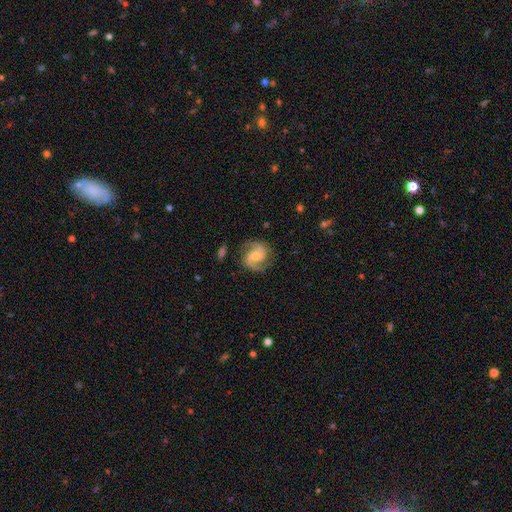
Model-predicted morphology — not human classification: A featured or disk galaxy (91%) with no bar (54%), 2 (94%) medium (59%) spiral arms (98%) and a small central bulge (50%).

Vote fractions:
- Smooth or featured? featured or disk: 91% / smooth: 5% / star or artifact: 4%
- Edge-on disk? no: 98% / yes: 2%
- Bar? no: 54% / weak: 36% / strong: 10%
- Spiral arms? yes: 98% / no: 2%
- Spiral winding? medium: 59% / tight: 28% / loose: 12%
- Spiral arm count? 2: 94% / can't tell: 2% / 3: 1% / 1: 1% / 4: 1% / more than 4: 1%
- Bulge size? small: 50% / moderate: 45% / none: 3% / large: 2% / dominant: 1%
- Merging? none: 83% / minor disturbance: 12% / major disturbance: 3% / merger: 1%